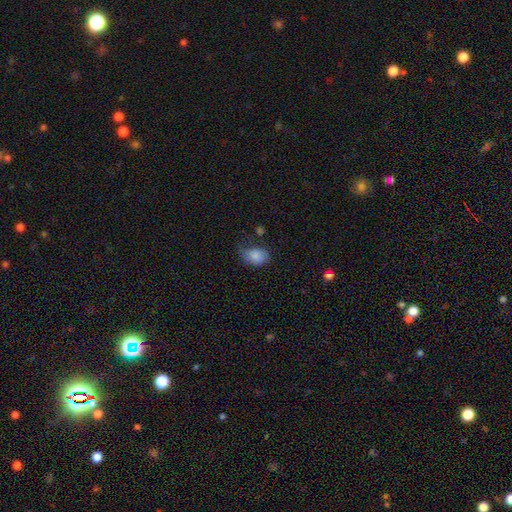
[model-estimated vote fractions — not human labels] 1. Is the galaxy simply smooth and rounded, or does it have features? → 84% smooth, 9% star or artifact, 7% featured or disk.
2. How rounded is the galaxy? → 67% in between, 32% round, 1% cigar-shaped.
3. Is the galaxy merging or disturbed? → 45% none, 35% minor disturbance, 16% major disturbance, 4% merger.